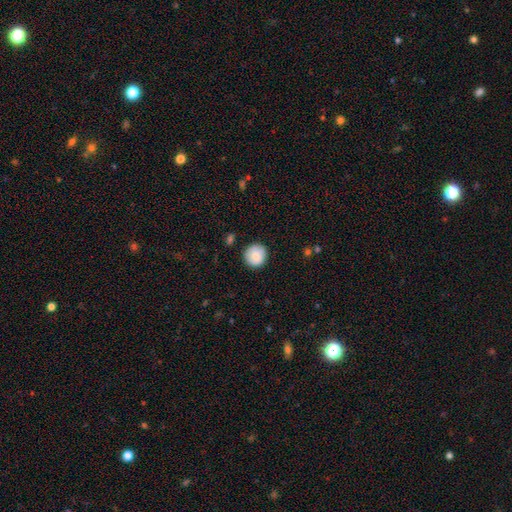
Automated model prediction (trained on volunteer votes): This is clearly a smooth galaxy (84%). How rounded: clearly round (92%). Merging: clearly none (87%).